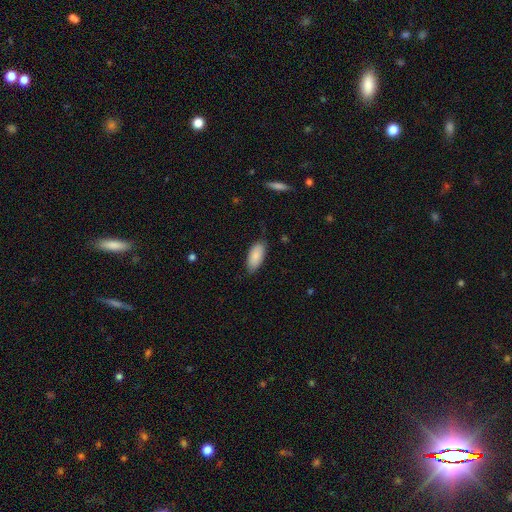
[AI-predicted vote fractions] Smooth or featured: smooth — 87% (featured or disk — 7%)
How rounded: in between — 90% (cigar-shaped — 8%)
Merging: none — 77% (minor disturbance — 18%)